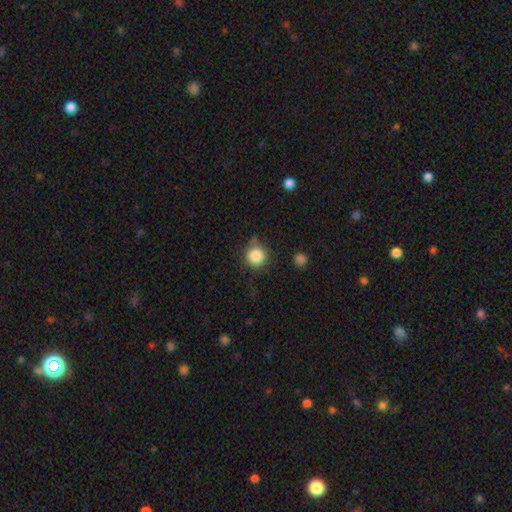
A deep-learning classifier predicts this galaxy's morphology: This appears to be a smooth galaxy with no disk features (86%) that is round (94%). Merging: none (80%).